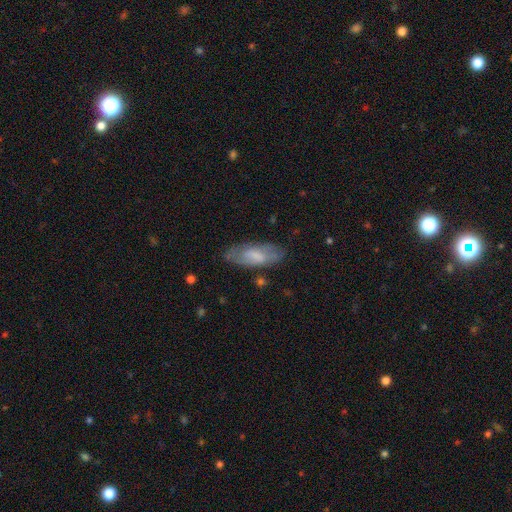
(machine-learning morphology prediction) Smooth or featured?
  - smooth: 57% *
  - featured or disk: 36%
  - star or artifact: 7%
How rounded?
  - in between: 72% *
  - cigar-shaped: 26%
  - round: 2%
Merging?
  - none: 70% *
  - minor disturbance: 20%
  - major disturbance: 7%
  - merger: 2%